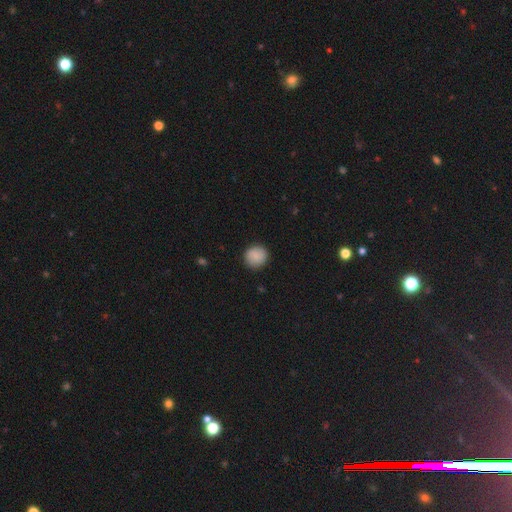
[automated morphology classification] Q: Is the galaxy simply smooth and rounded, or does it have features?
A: smooth — 87%.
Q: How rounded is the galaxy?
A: round — 90%.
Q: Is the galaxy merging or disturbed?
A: none — 89%.